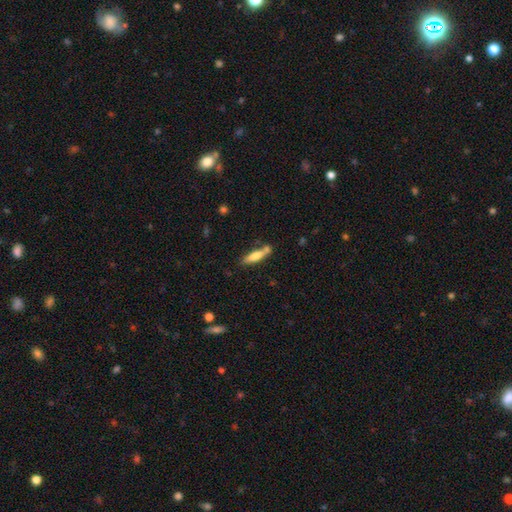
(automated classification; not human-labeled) Morphology: type=smooth (66%); roundness=cigar-shaped (74%); merging=none (63%).